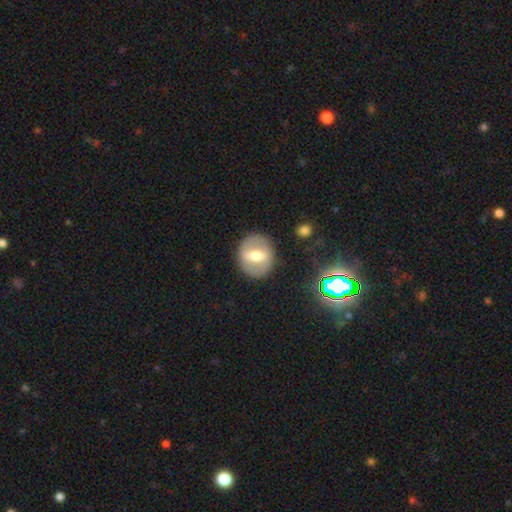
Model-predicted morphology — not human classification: A featured or disk galaxy (55%).

Vote fractions:
- Smooth or featured? featured or disk: 55% / smooth: 37% / star or artifact: 8%
- Edge-on disk? no: 84% / yes: 16%
- Merging? none: 86% / minor disturbance: 9% / major disturbance: 4% / merger: 1%